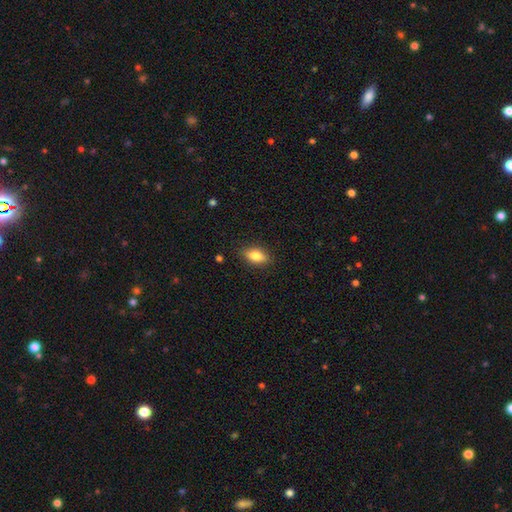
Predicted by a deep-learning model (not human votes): This is likely a smooth galaxy (80%). How rounded: clearly in between (84%). Merging: clearly none (86%).